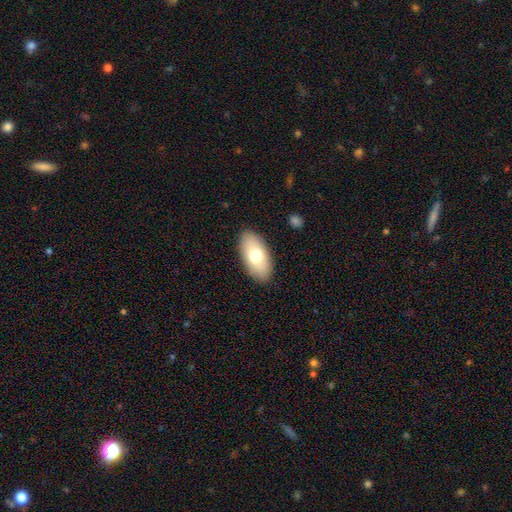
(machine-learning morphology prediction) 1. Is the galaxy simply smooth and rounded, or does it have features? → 69% smooth, 24% featured or disk, 6% star or artifact.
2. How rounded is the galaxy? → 93% in between, 4% cigar-shaped, 3% round.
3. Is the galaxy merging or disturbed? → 88% none, 9% minor disturbance, 2% major disturbance, 1% merger.